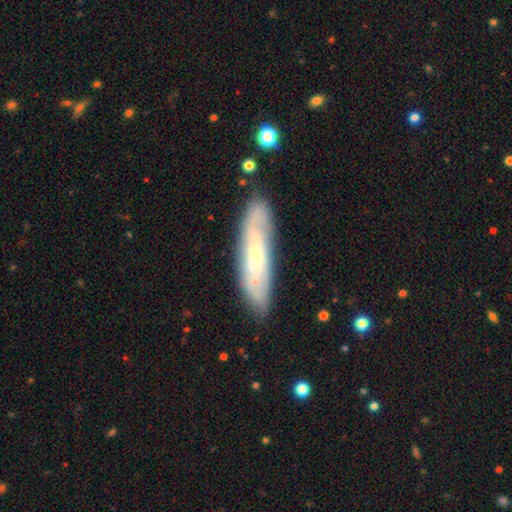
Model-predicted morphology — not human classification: featured or disk 57%, smooth 36%, star or artifact 7%. Down the decision tree: edge-on disk — no (68%); merging — none (80%).